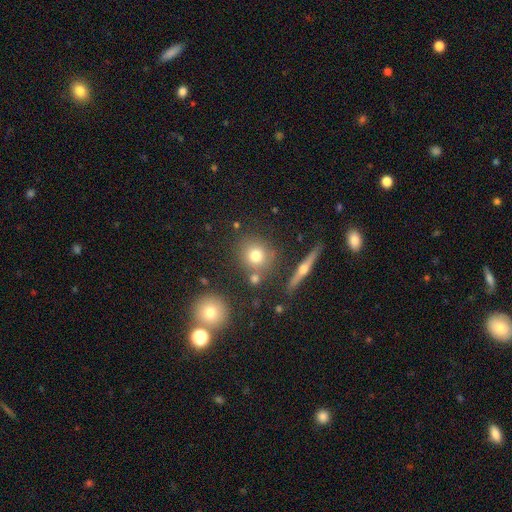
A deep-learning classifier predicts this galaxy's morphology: The model was most divided on "smooth or featured": smooth: 70%, featured or disk: 16%, star or artifact: 14%. More confident: how rounded — round (85%); merging — none (76%).